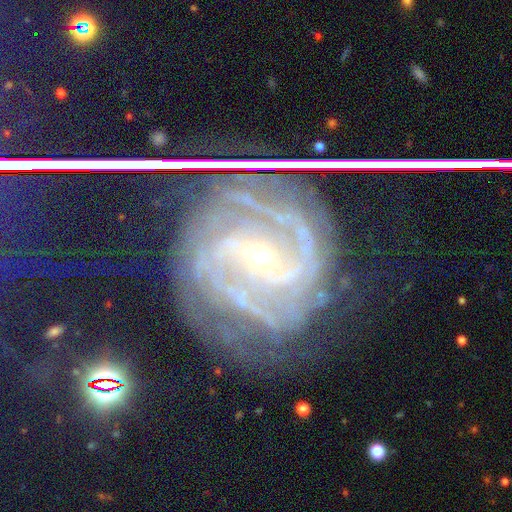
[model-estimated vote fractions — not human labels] This is clearly a featured or disk galaxy (88%). It is clearly not viewed edge-on (97%). Bar: marginally weak (36%). Spiral arm pattern: clearly yes (98%). Spiral arm count: marginally 2 (29%). Spiral winding: likely tight (61%). Central bulge: likely small (65%). Merging: likely none (65%).